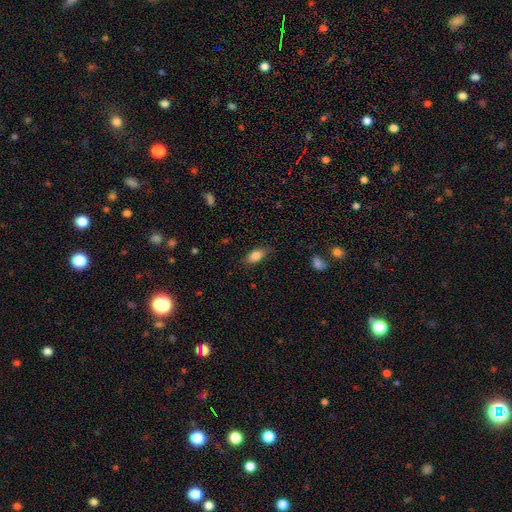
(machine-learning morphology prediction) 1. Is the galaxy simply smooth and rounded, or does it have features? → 83% smooth, 10% featured or disk, 8% star or artifact.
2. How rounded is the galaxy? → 87% in between, 8% cigar-shaped, 5% round.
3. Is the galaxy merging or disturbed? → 79% none, 16% minor disturbance, 3% major disturbance, 1% merger.